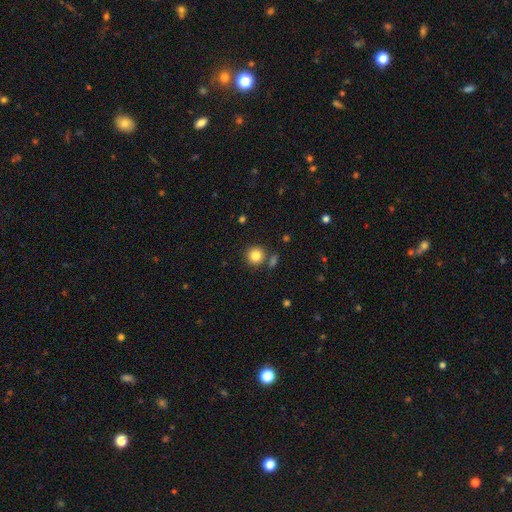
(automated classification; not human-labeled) Overall: smooth (83%). How rounded: round (91%). Merging: none (79%).